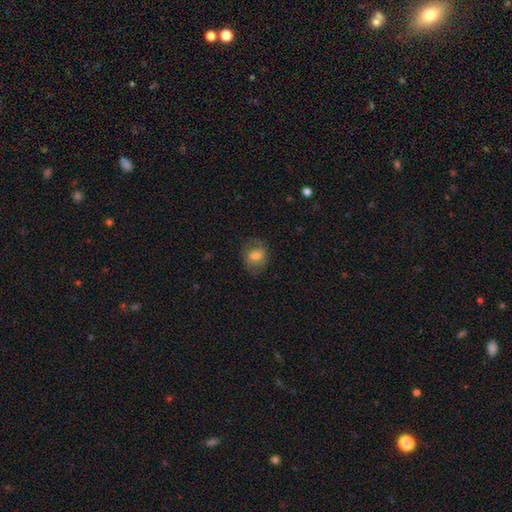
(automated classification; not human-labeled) The model was most divided on "how rounded": round: 62%, in between: 37%, cigar-shaped: 1%. More confident: merging — none (72%); smooth or featured — smooth (61%).